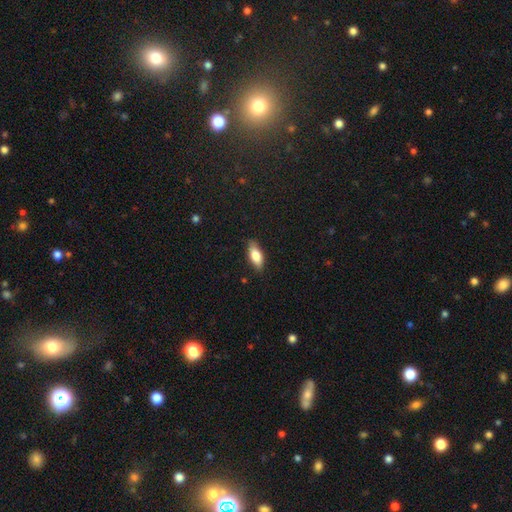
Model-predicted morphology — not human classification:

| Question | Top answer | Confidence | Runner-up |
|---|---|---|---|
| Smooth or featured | smooth | 75% | featured or disk (18%) |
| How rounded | in between | 78% | cigar-shaped (19%) |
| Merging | none | 85% | minor disturbance (12%) |